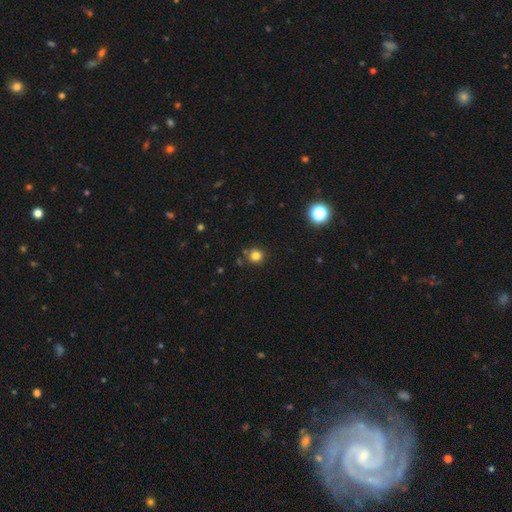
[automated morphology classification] Overall: smooth (80%). How rounded: round (89%). Merging: none (79%).